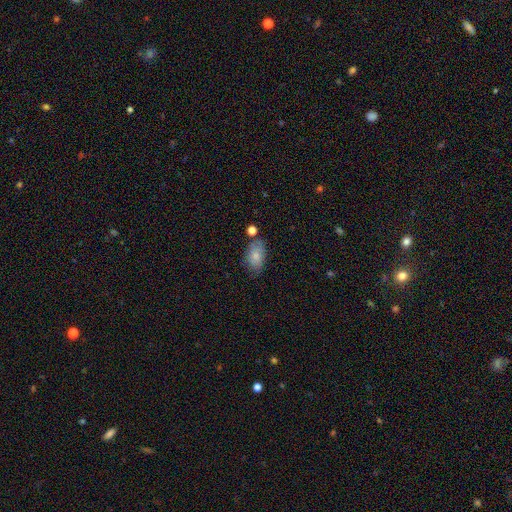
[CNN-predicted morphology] Q: Smooth or featured?
A: smooth (77%); runner-up: featured or disk (15%)
Q: How rounded?
A: in between (90%); runner-up: round (8%)
Q: Merging?
A: none (62%); runner-up: minor disturbance (23%)